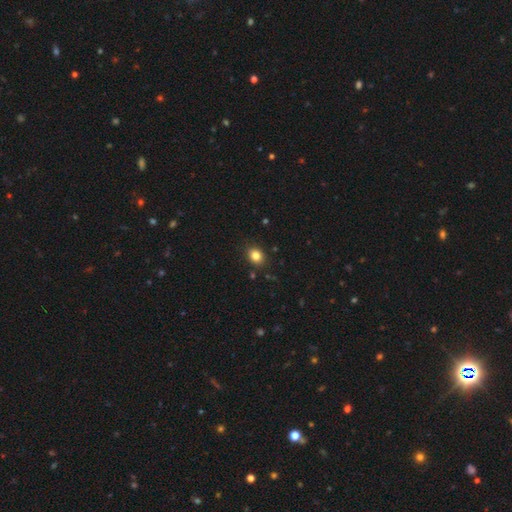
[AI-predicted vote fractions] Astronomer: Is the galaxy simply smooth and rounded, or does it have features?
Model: smooth — 84%.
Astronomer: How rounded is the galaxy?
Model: round — 50% (runner-up: in between, 49%).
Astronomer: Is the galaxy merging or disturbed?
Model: none — 88%.